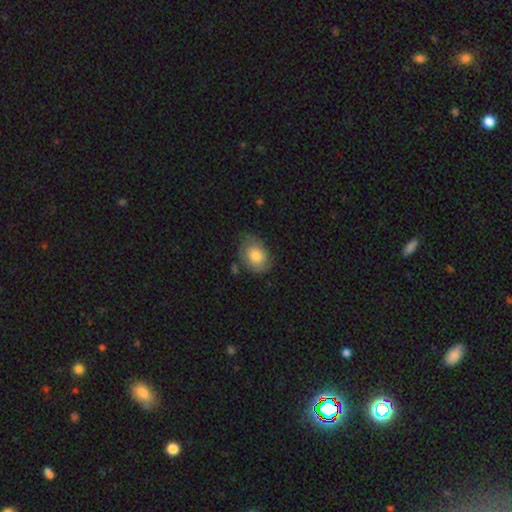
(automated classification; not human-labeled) smooth 72%, featured or disk 22%, star or artifact 7%. Down the decision tree: how rounded — in between (68%); merging — none (60%).